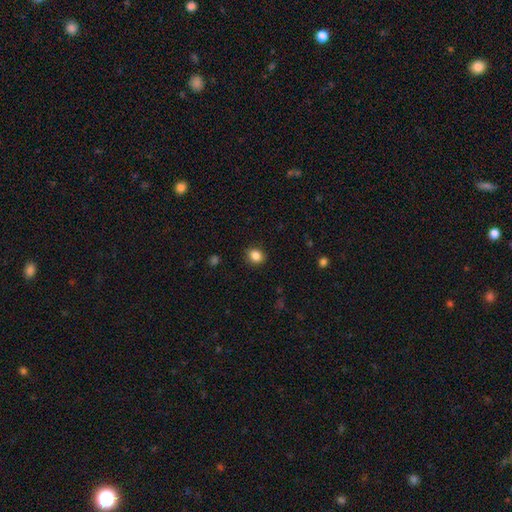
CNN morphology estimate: smooth_or_featured: smooth (p=0.86) [alt: star or artifact p=0.10]
how_rounded: round (p=0.62) [alt: in between p=0.37]
merging: none (p=0.88) [alt: minor disturbance p=0.09]